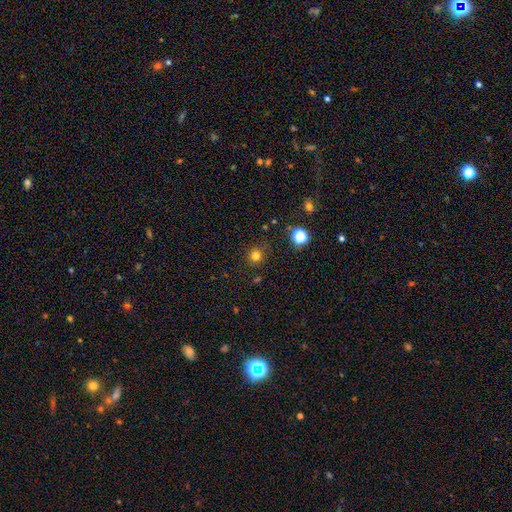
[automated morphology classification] The model was most divided on "smooth or featured": smooth: 78%, star or artifact: 17%, featured or disk: 5%. More confident: how rounded — round (89%); merging — none (85%).